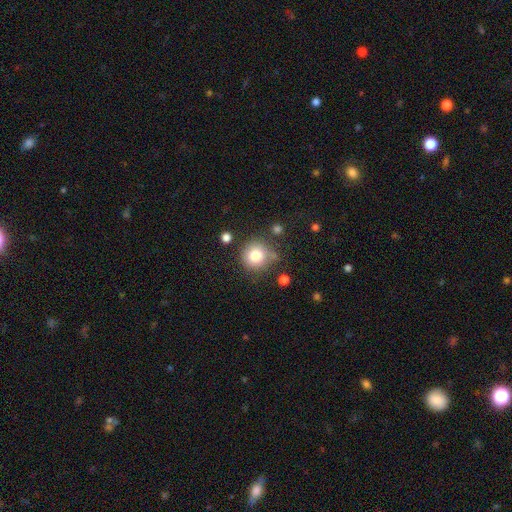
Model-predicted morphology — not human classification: smooth_or_featured: smooth (p=0.81) [alt: star or artifact p=0.10]
how_rounded: round (p=0.91) [alt: in between p=0.08]
merging: none (p=0.73) [alt: minor disturbance p=0.15]